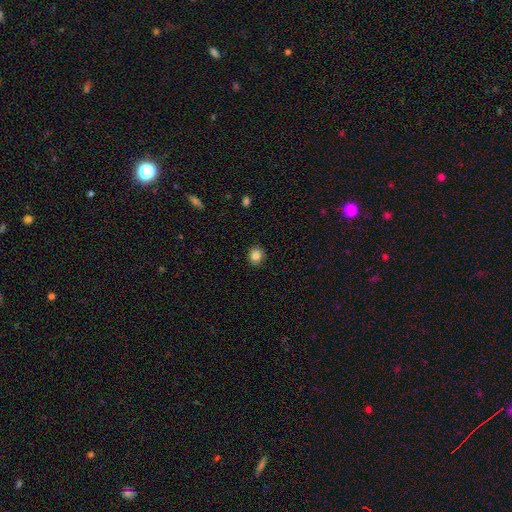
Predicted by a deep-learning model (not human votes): This appears to be a smooth galaxy with no disk features (85%) that is round (88%). Merging: none (91%).